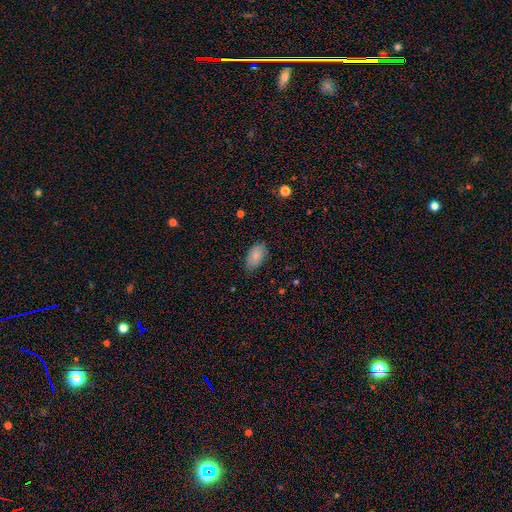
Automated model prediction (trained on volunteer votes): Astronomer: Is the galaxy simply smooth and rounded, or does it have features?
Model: smooth — 82%.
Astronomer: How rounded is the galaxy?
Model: in between — 92%.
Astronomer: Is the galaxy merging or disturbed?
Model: none — 79%.